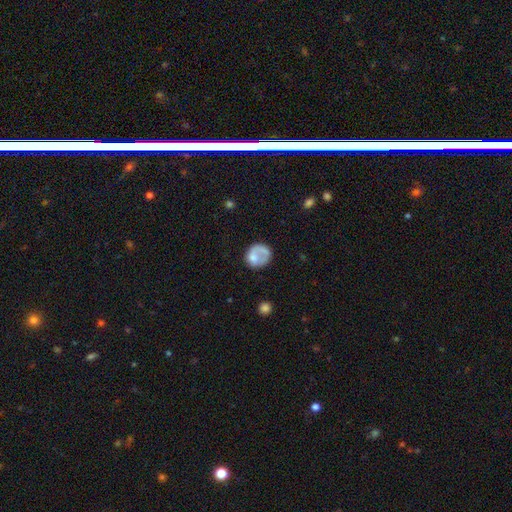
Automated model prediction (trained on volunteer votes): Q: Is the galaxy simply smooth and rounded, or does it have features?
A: smooth — 59%.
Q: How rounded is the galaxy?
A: round — 69%.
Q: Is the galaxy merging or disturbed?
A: none — 45%.